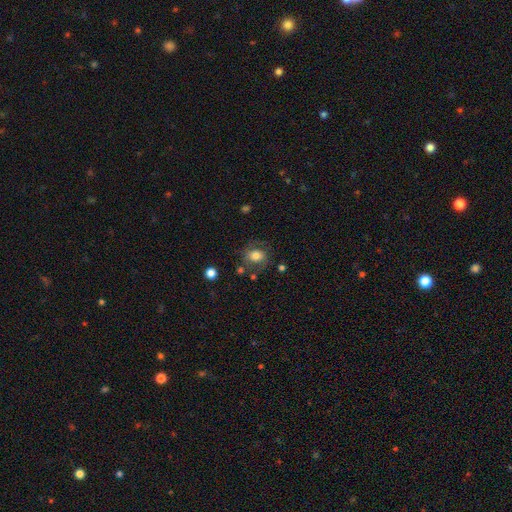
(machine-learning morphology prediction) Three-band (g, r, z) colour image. It shows a smooth galaxy with no disk features (68%) that is round (51%). Merging: none (65%).